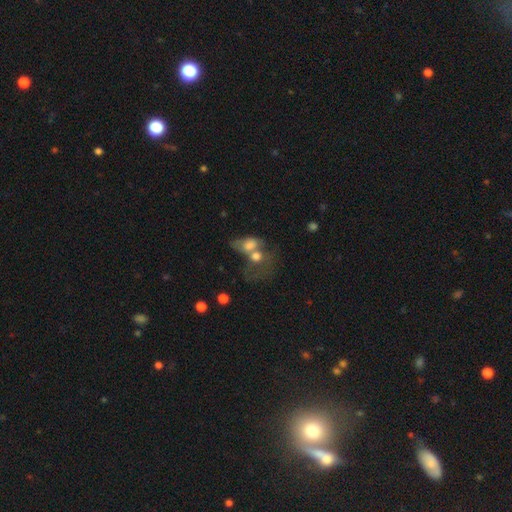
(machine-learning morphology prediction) A smooth galaxy with no disk features (48%). Merging: merger (66%).